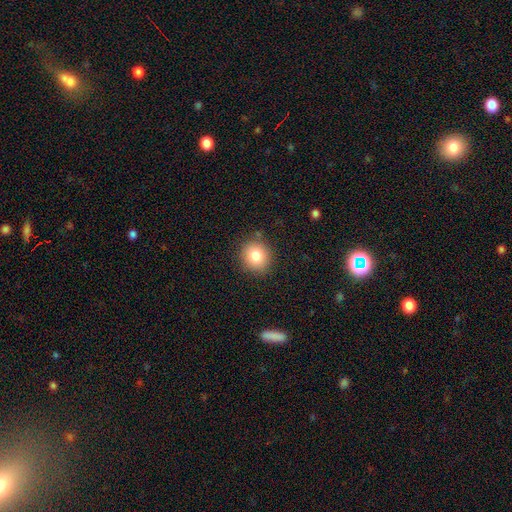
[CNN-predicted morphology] Overall: smooth (82%). How rounded: round (82%). Merging: none (86%).